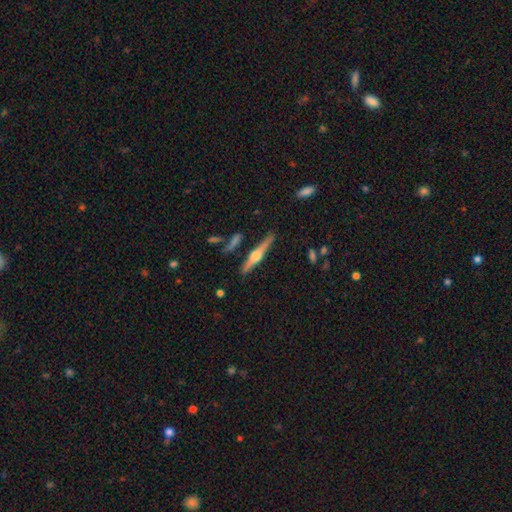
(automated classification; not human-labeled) The model was most divided on "smooth or featured": featured or disk: 76%, smooth: 18%, star or artifact: 6%. More confident: edge-on disk — yes (98%); edge-on bulge — rounded (93%); merging — none (86%).